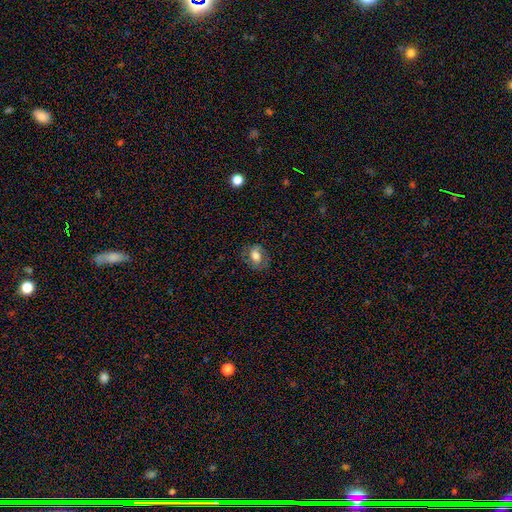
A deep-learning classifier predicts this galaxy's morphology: smooth 62%, featured or disk 30%, star or artifact 9%. Down the decision tree: how rounded — in between (63%); merging — none (73%).